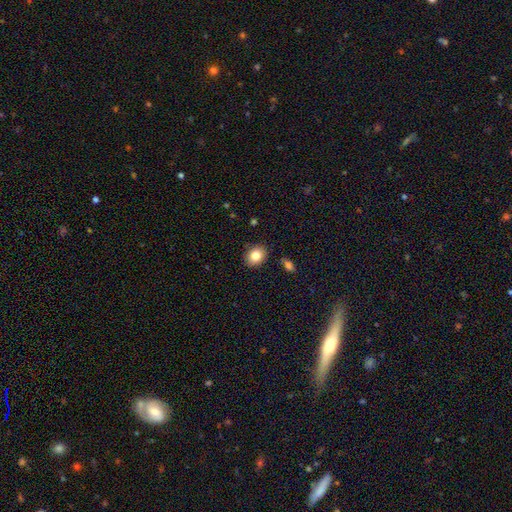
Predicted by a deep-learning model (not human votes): Smooth or featured? smooth (83%)
How rounded? in between (50%)
Merging? none (87%)